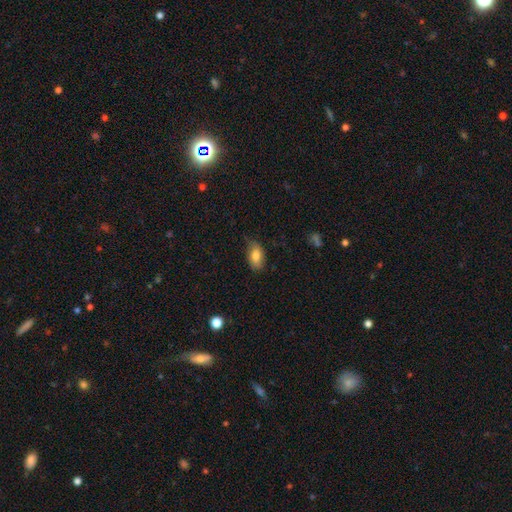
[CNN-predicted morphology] This is clearly a smooth galaxy (81%). How rounded: clearly in between (92%). Merging: likely none (70%).